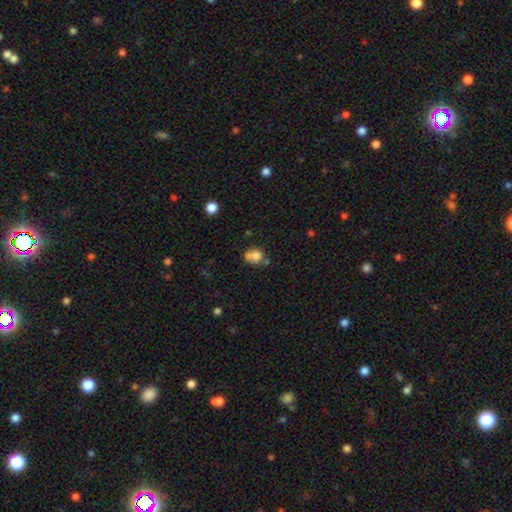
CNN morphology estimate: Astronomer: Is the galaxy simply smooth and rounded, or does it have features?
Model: smooth — 75%.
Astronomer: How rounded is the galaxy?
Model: round — 73%.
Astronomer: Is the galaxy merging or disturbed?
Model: none — 44% (runner-up: merger, 34%).